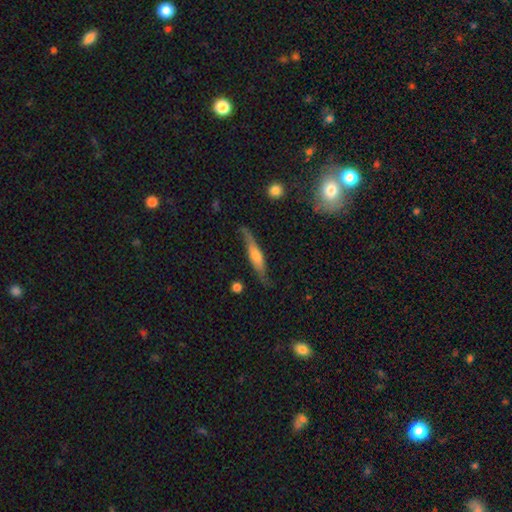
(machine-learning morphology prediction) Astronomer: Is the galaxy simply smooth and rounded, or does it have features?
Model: featured or disk — 59% (runner-up: smooth, 35%).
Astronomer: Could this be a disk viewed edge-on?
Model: yes — 83%.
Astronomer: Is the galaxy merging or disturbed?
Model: none — 73%.